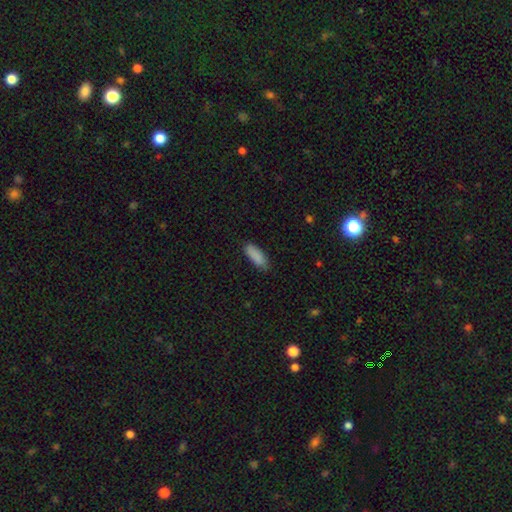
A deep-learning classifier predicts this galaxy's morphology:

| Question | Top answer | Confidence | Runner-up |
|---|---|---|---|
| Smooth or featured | smooth | 88% | star or artifact (7%) |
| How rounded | in between | 68% | cigar-shaped (31%) |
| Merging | none | 76% | minor disturbance (20%) |